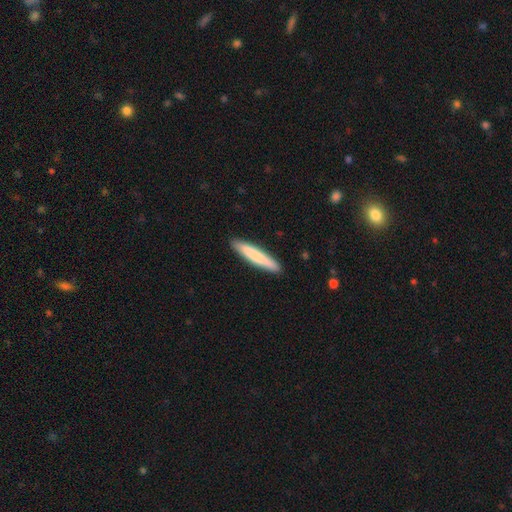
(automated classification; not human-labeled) Morphology: type=smooth (79%); roundness=cigar-shaped (93%); merging=none (90%).